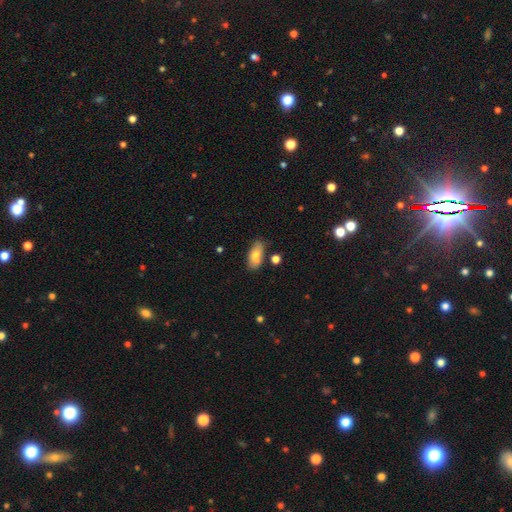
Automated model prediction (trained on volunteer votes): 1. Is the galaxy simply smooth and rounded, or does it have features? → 71% smooth, 21% featured or disk, 8% star or artifact.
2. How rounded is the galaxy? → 85% in between, 11% cigar-shaped, 4% round.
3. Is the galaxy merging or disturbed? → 66% none, 17% minor disturbance, 13% merger, 4% major disturbance.